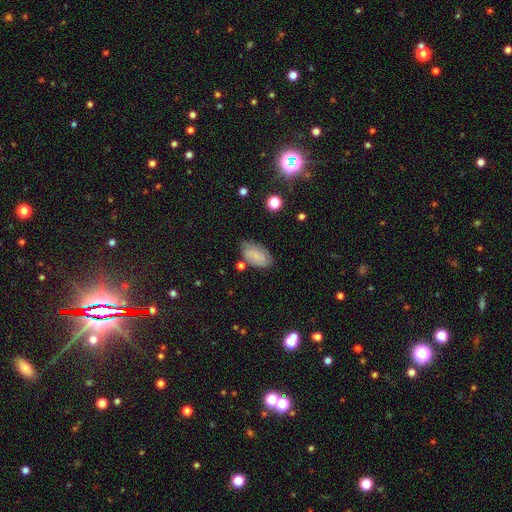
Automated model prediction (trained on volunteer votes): This is likely a smooth galaxy (71%). How rounded: clearly in between (93%). Merging: likely none (66%).